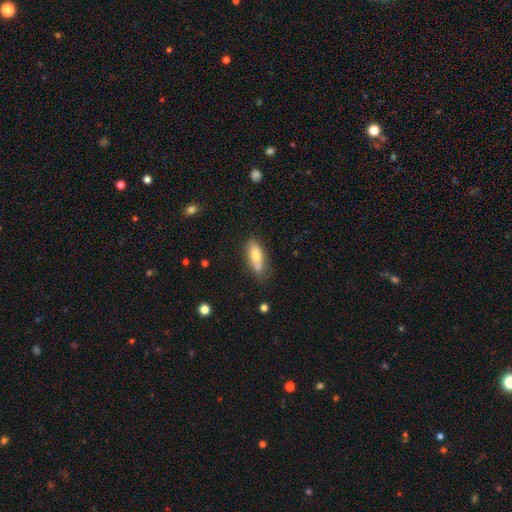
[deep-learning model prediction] A smooth galaxy with no disk features (70%) that is in between round and cigar-shaped (69%). Merging: none (58%).